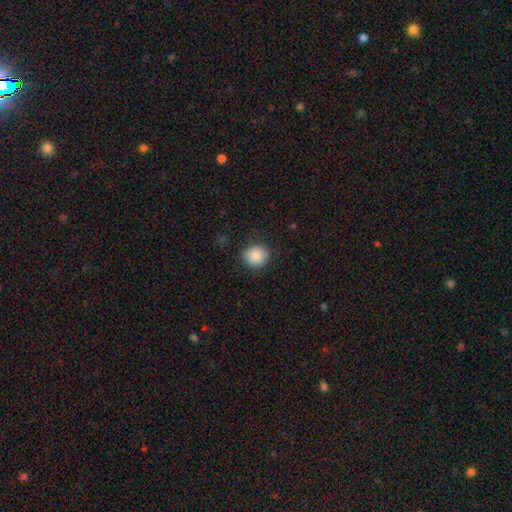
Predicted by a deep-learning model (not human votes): smooth 86%, star or artifact 8%, featured or disk 5%. Down the decision tree: how rounded — round (82%); merging — none (86%).